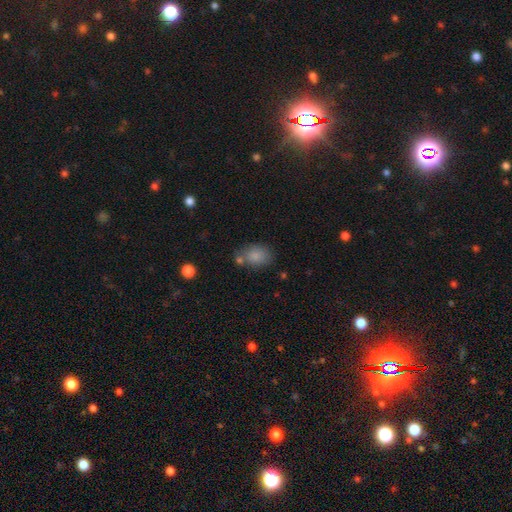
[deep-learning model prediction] This appears to be a smooth galaxy with no disk features (84%) that is in between round and cigar-shaped (75%). Merging: none (60%).